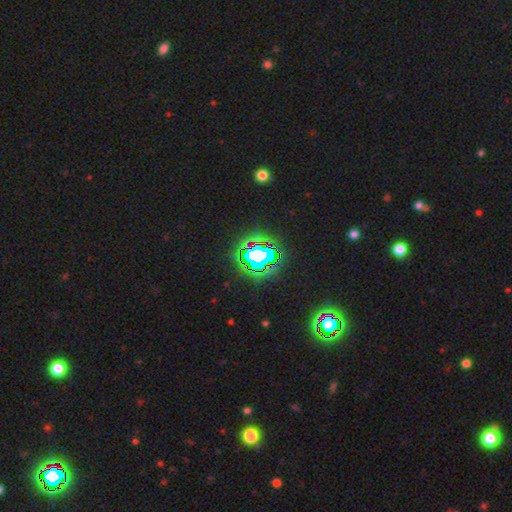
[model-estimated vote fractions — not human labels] star or artifact 71%, smooth 16%, featured or disk 13%.